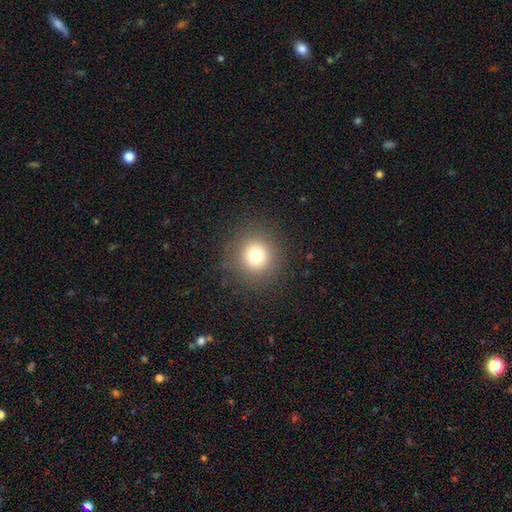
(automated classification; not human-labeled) Smooth or featured: smooth — 75% (star or artifact — 15%)
How rounded: round — 93% (in between — 6%)
Merging: none — 88% (minor disturbance — 7%)